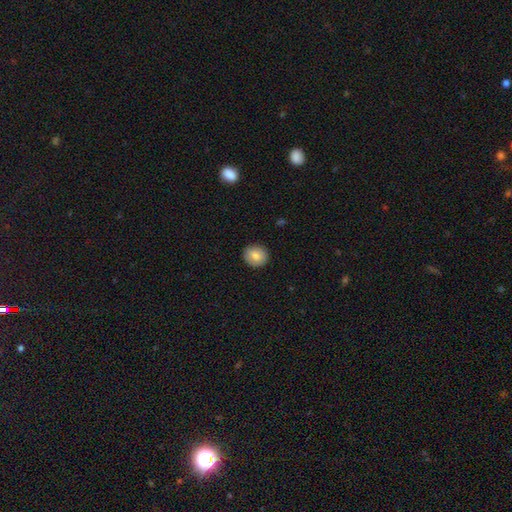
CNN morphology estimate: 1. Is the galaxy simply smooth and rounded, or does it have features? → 84% smooth, 8% featured or disk, 8% star or artifact.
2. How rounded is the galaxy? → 79% round, 20% in between, 1% cigar-shaped.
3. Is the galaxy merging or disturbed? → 89% none, 8% minor disturbance, 2% major disturbance, 1% merger.